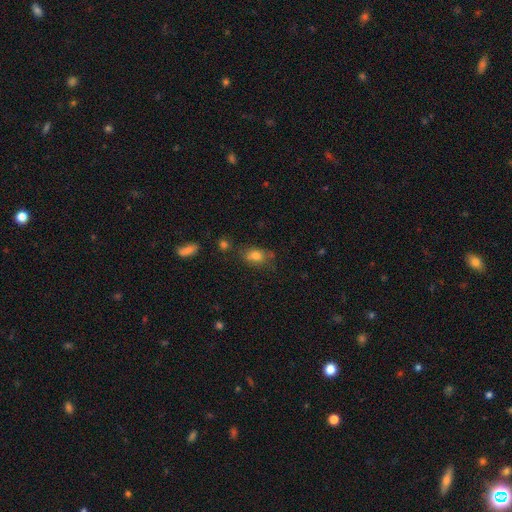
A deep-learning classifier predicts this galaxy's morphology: Smooth or featured: smooth — 76% (featured or disk — 12%)
How rounded: in between — 75% (round — 21%)
Merging: none — 63% (minor disturbance — 22%)